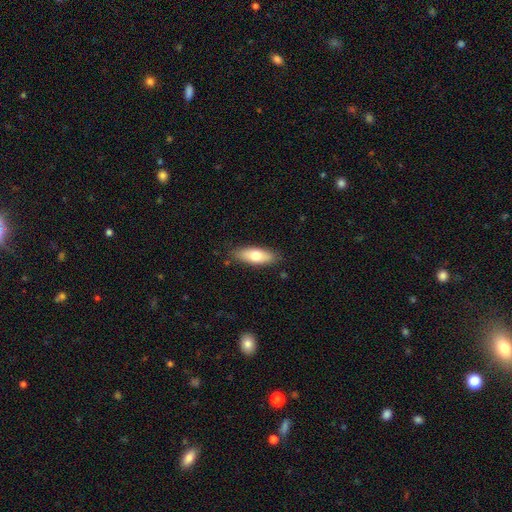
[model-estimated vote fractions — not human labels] smooth 71%, featured or disk 23%, star or artifact 6%. Down the decision tree: how rounded — in between (70%); merging — none (85%).